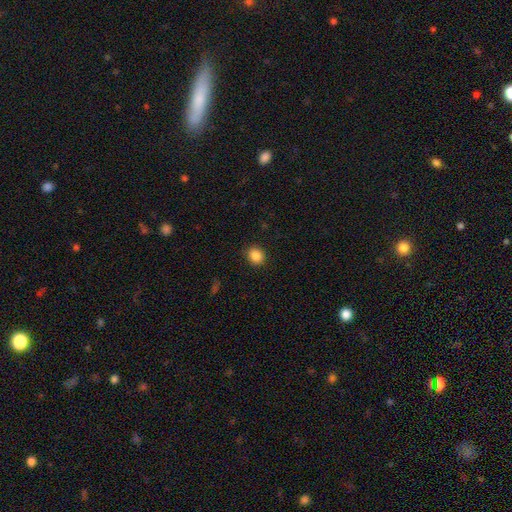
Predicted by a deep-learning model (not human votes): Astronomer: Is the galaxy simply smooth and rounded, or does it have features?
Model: smooth — 87%.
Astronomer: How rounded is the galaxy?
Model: round — 70%.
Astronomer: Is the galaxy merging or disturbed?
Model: none — 90%.